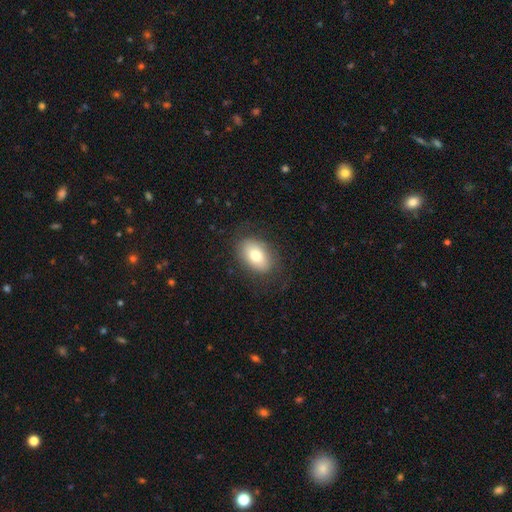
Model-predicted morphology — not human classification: A smooth galaxy with no disk features (75%) that is in between round and cigar-shaped (87%). Merging: none (80%).